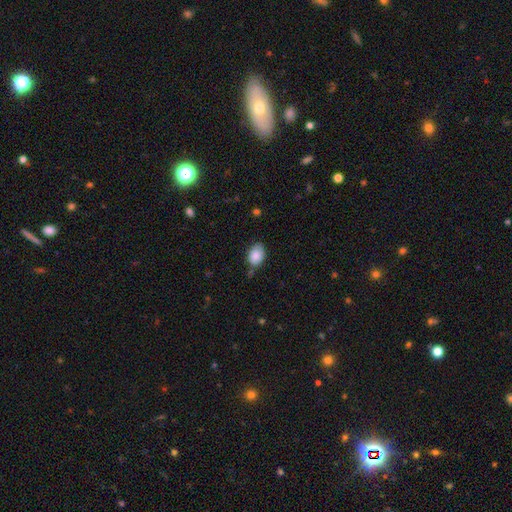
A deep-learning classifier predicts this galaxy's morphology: smooth-or-featured: smooth: 87% | star or artifact: 7% | featured or disk: 5%
  how-rounded: in between: 80% | round: 18% | cigar-shaped: 1%
  merging: none: 64% | minor disturbance: 27% | major disturbance: 5% | merger: 4%